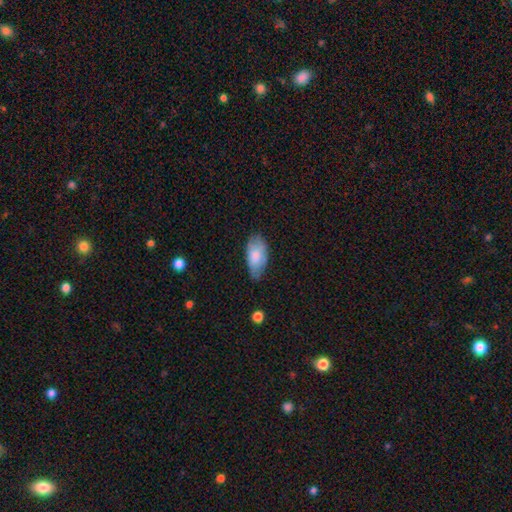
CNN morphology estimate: Smooth or featured: smooth — 79% (featured or disk — 15%)
How rounded: in between — 94% (cigar-shaped — 3%)
Merging: none — 60% (minor disturbance — 32%)